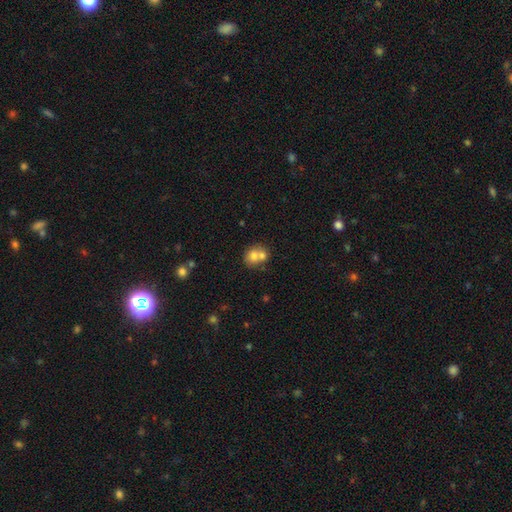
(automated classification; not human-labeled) This is likely a smooth galaxy (71%). How rounded: likely round (69%). Merging: possibly merger (58%).